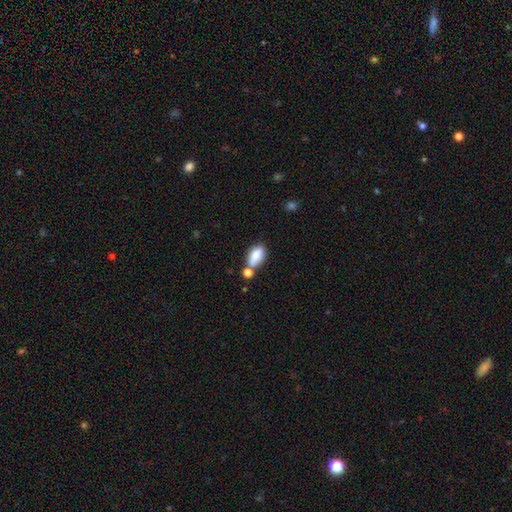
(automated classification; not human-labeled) smooth-or-featured: smooth: 80% | featured or disk: 12% | star or artifact: 8%
  how-rounded: in between: 88% | cigar-shaped: 6% | round: 6%
  merging: none: 49% | merger: 29% | minor disturbance: 16% | major disturbance: 5%